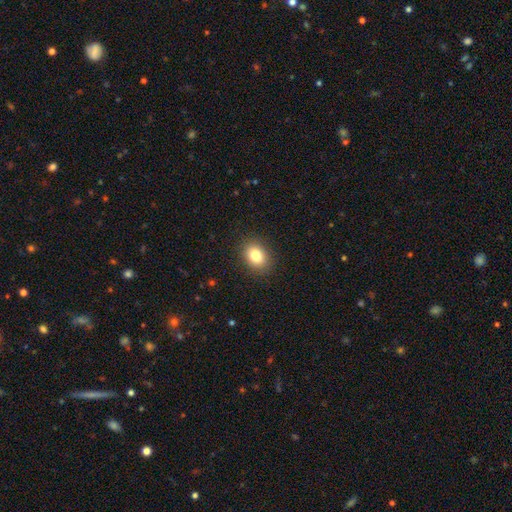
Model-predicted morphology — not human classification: smooth 83%, star or artifact 10%, featured or disk 7%. Down the decision tree: how rounded — in between (62%); merging — none (89%).